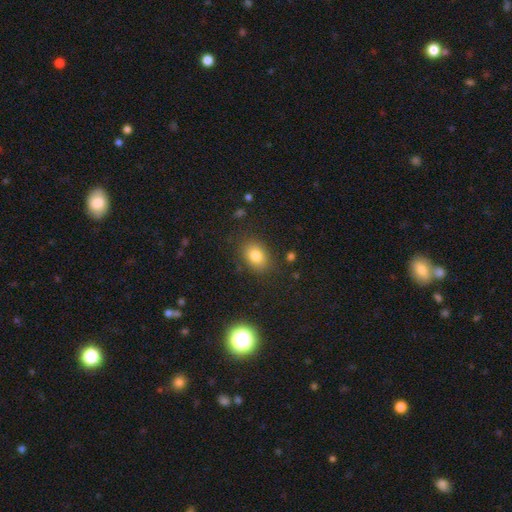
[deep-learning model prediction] A smooth galaxy with no disk features (80%) that is in between round and cigar-shaped (68%). Merging: none (83%).